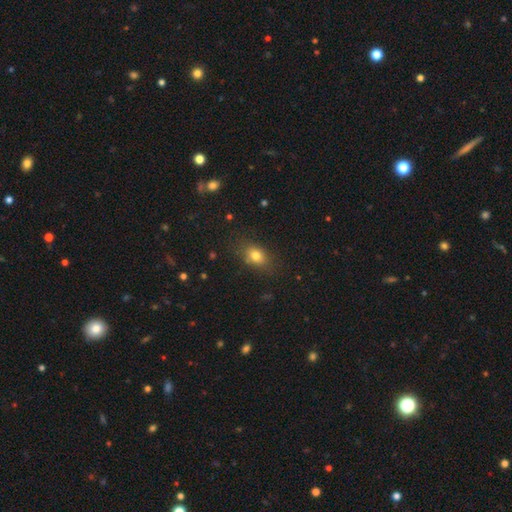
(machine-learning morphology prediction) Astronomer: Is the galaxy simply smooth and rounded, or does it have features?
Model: smooth — 78%.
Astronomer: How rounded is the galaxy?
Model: in between — 71%.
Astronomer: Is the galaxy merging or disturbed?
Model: none — 79%.